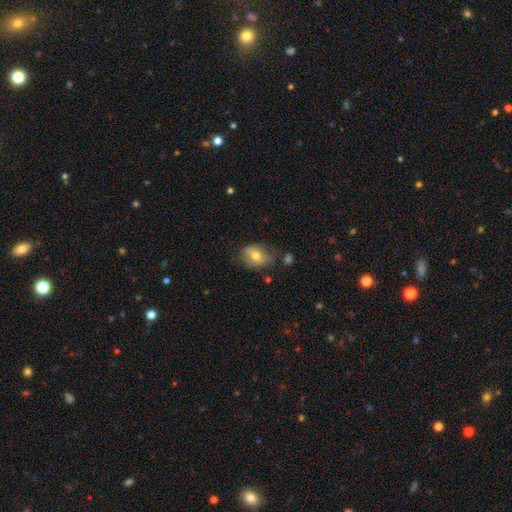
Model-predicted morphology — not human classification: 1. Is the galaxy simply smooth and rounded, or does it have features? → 60% smooth, 32% featured or disk, 8% star or artifact.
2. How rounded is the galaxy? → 71% in between, 27% round, 1% cigar-shaped.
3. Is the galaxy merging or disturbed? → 56% none, 30% minor disturbance, 10% major disturbance, 4% merger.